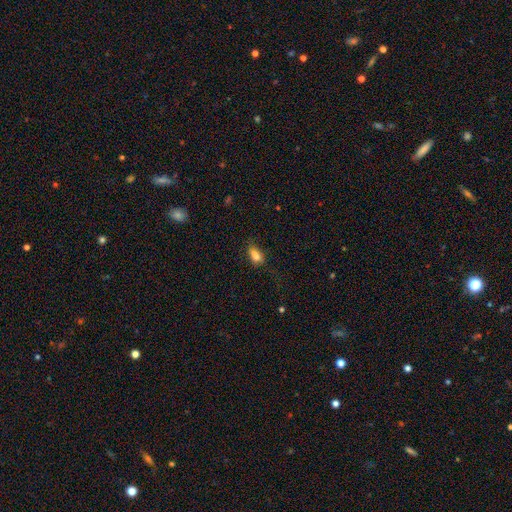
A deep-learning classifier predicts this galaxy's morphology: type=smooth (79%); roundness=in between (83%); merging=none (59%).